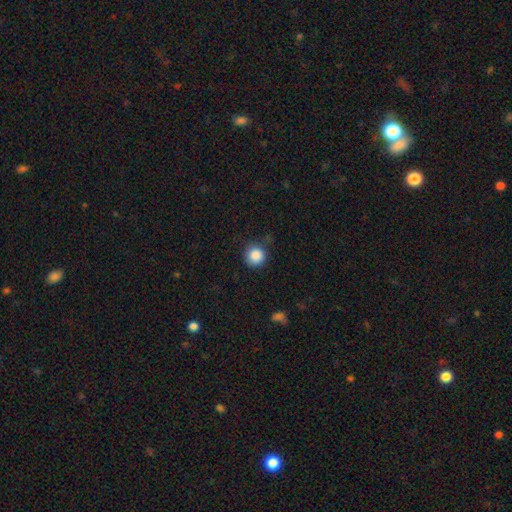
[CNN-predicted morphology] Smooth or featured?
  - smooth: 87% *
  - star or artifact: 9%
  - featured or disk: 3%
How rounded?
  - round: 93% *
  - in between: 6%
  - cigar-shaped: 1%
Merging?
  - none: 79% *
  - minor disturbance: 15%
  - major disturbance: 4%
  - merger: 2%